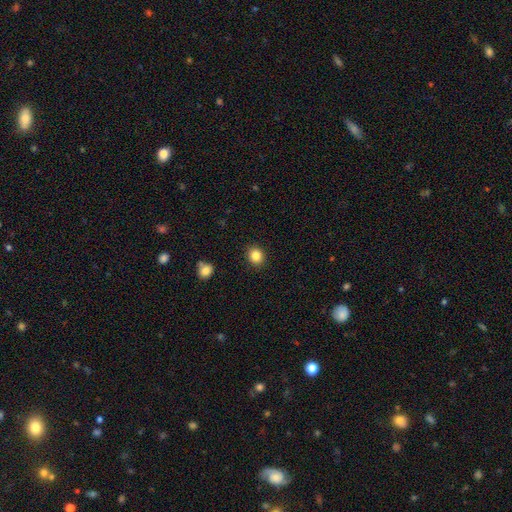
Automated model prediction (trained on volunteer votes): smooth_or_featured: smooth (p=0.85) [alt: star or artifact p=0.10]
how_rounded: round (p=0.75) [alt: in between p=0.24]
merging: none (p=0.90) [alt: minor disturbance p=0.06]